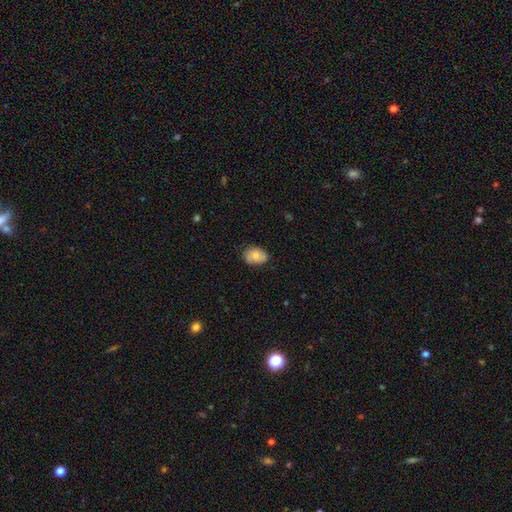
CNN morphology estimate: This is likely a smooth galaxy (73%). How rounded: clearly in between (80%). Merging: likely none (75%).